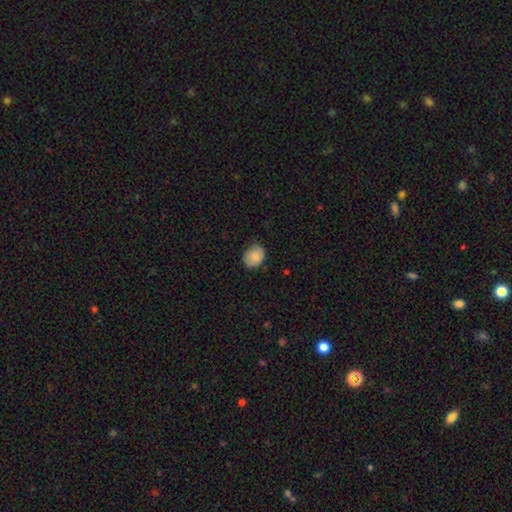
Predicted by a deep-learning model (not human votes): Overall: smooth (86%). How rounded: in between (51%; round 49%). Merging: none (73%).